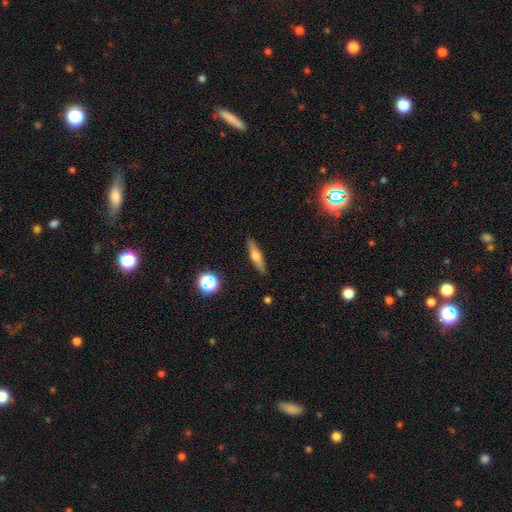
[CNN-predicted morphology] This is possibly a smooth galaxy (46%, tied with featured or disk). Merging: clearly none (89%).